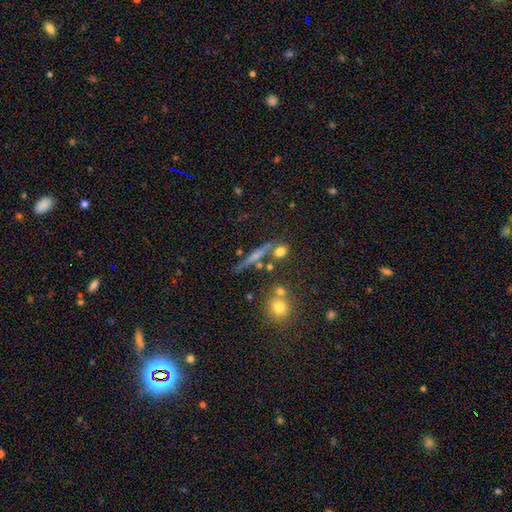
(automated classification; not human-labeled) The model was most divided on "smooth or featured": featured or disk: 51%, smooth: 34%, star or artifact: 15%. More confident: edge-on disk — yes (91%); merging — none (76%).